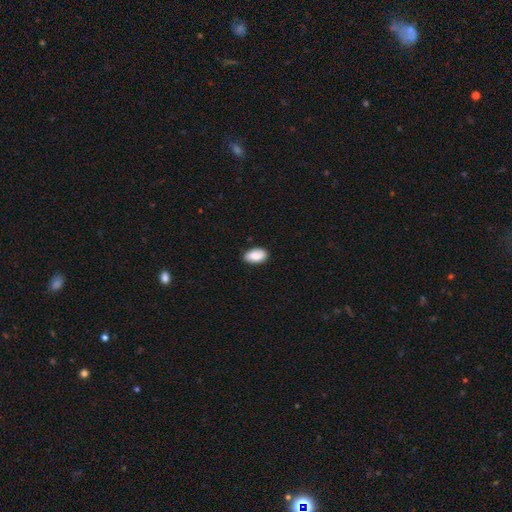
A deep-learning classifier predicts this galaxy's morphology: The model was most divided on "merging": none: 84%, minor disturbance: 13%, major disturbance: 2%, merger: 1%. More confident: how rounded — in between (93%); smooth or featured — smooth (88%).